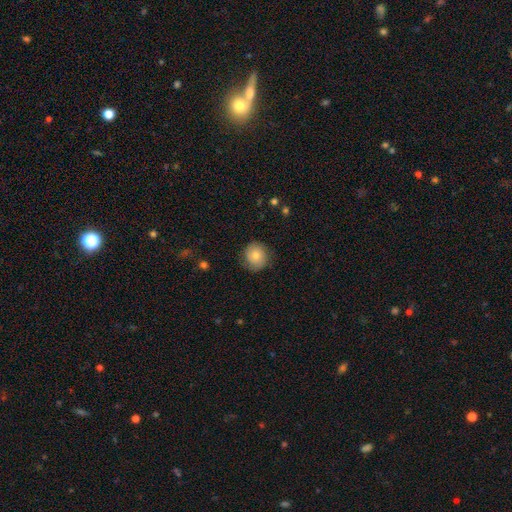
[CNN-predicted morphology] Smooth or featured: smooth — 73% (featured or disk — 18%)
How rounded: round — 85% (in between — 14%)
Merging: none — 79% (minor disturbance — 16%)